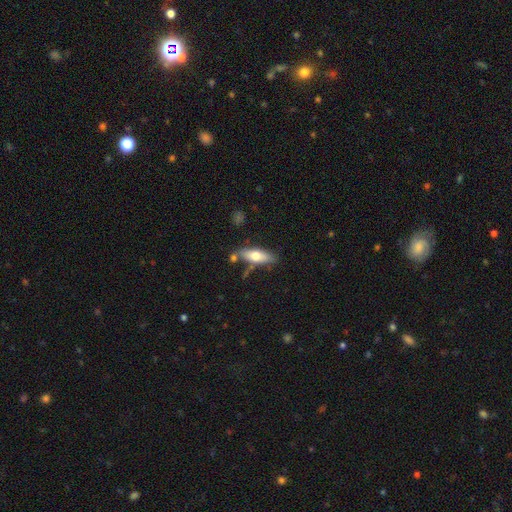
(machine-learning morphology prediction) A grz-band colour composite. It shows a smooth galaxy with no disk features (61%) that is in between round and cigar-shaped (58%). Merging: none (67%).